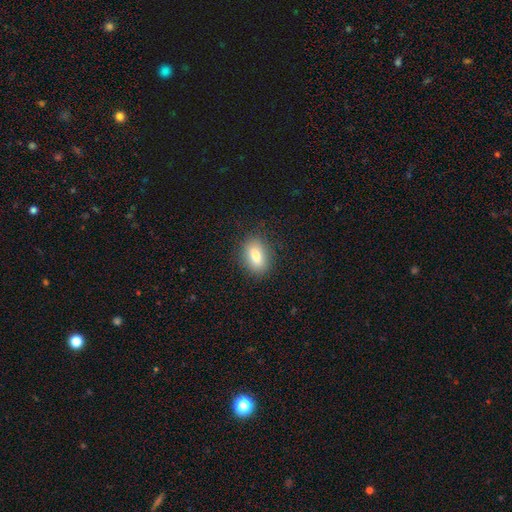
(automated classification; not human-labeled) smooth-or-featured: smooth: 79% | featured or disk: 11% | star or artifact: 9%
  how-rounded: in between: 77% | round: 20% | cigar-shaped: 3%
  merging: none: 86% | minor disturbance: 10% | major disturbance: 3% | merger: 1%